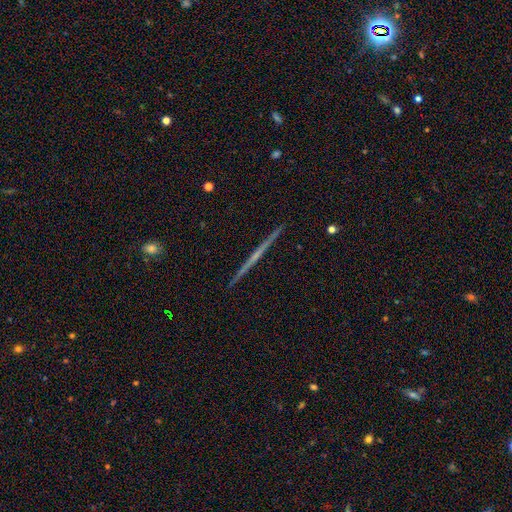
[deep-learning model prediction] Q: Smooth or featured?
A: featured or disk (73%); runner-up: smooth (20%)
Q: Edge-on disk?
A: yes (98%); runner-up: no (2%)
Q: Edge-on bulge?
A: none (71%); runner-up: rounded (23%)
Q: Merging?
A: none (93%); runner-up: minor disturbance (5%)